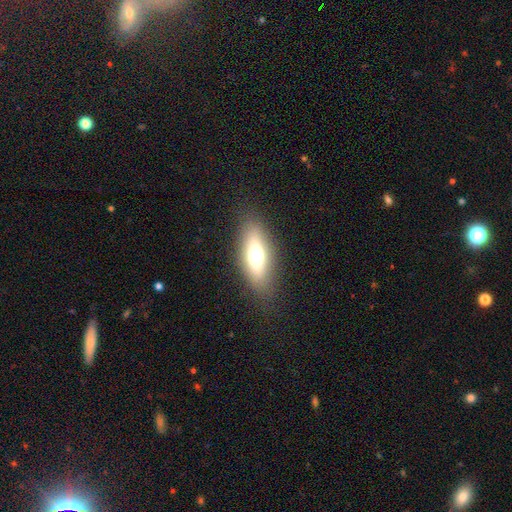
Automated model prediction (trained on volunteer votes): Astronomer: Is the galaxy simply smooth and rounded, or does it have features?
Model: smooth — 54% (runner-up: featured or disk, 34%).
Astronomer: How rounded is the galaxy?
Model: in between — 67%.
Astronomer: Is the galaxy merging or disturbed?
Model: none — 84%.